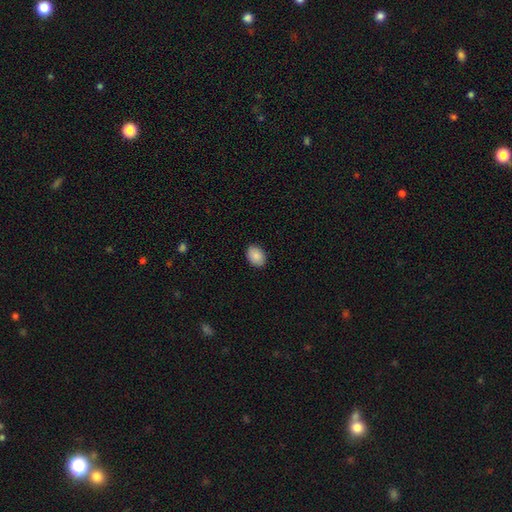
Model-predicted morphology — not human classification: smooth-or-featured: smooth: 88% | star or artifact: 7% | featured or disk: 5%
  how-rounded: in between: 76% | round: 23% | cigar-shaped: 1%
  merging: none: 90% | minor disturbance: 7% | major disturbance: 2% | merger: 1%